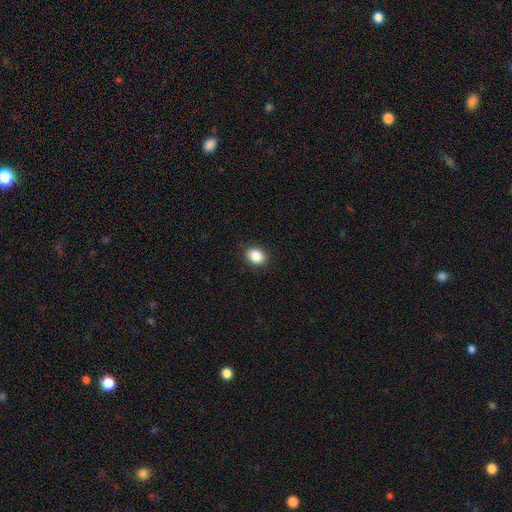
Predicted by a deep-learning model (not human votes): Smooth or featured?
  - smooth: 86% *
  - star or artifact: 9%
  - featured or disk: 4%
How rounded?
  - round: 59% *
  - in between: 40%
  - cigar-shaped: 1%
Merging?
  - none: 89% *
  - minor disturbance: 8%
  - major disturbance: 2%
  - merger: 1%